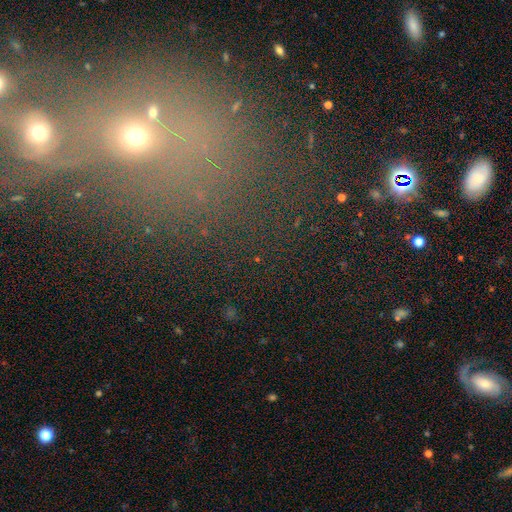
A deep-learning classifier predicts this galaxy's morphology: smooth-or-featured: star or artifact: 47% | smooth: 35% | featured or disk: 18%